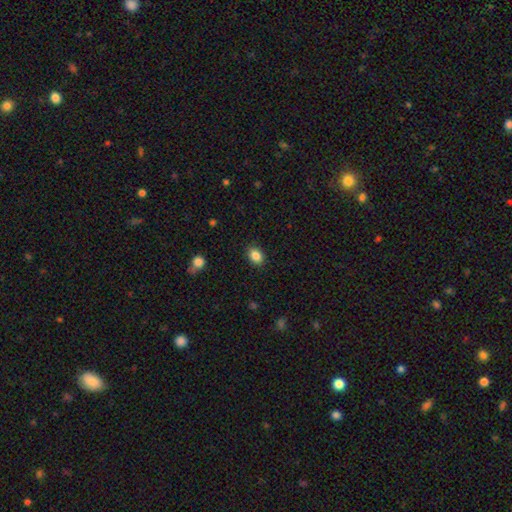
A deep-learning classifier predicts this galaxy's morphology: type=smooth (86%); roundness=in between (71%); merging=none (88%).